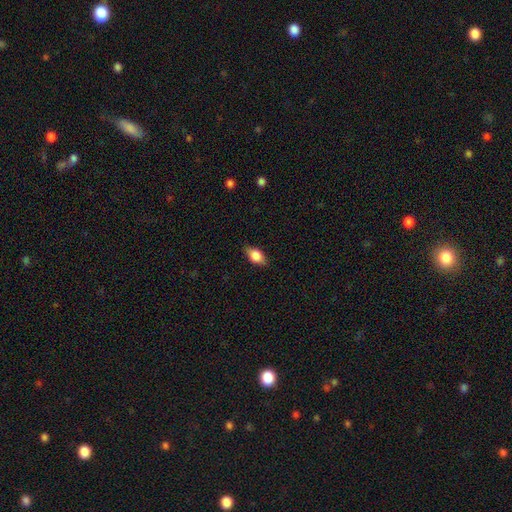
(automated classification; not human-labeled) Overall: smooth (77%). How rounded: in between (83%). Merging: none (82%).